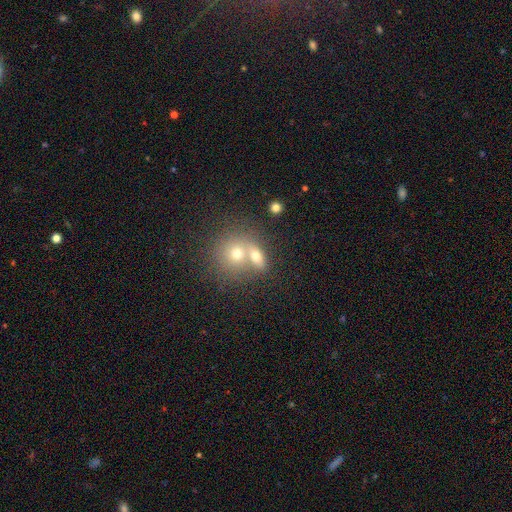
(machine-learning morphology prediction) smooth-or-featured: smooth: 68% | featured or disk: 20% | star or artifact: 12%
  how-rounded: in between: 51% | round: 45% | cigar-shaped: 4%
  merging: merger: 55% | none: 34% | minor disturbance: 7% | major disturbance: 4%